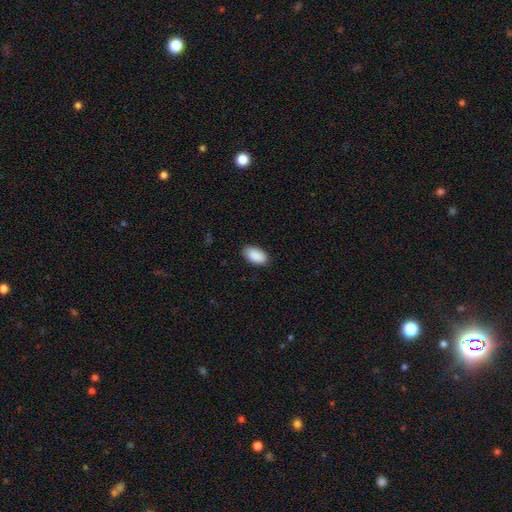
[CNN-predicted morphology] Smooth or featured?
  - smooth: 91% *
  - star or artifact: 6%
  - featured or disk: 3%
How rounded?
  - in between: 95% *
  - round: 3%
  - cigar-shaped: 2%
Merging?
  - none: 88% *
  - minor disturbance: 9%
  - major disturbance: 2%
  - merger: 1%